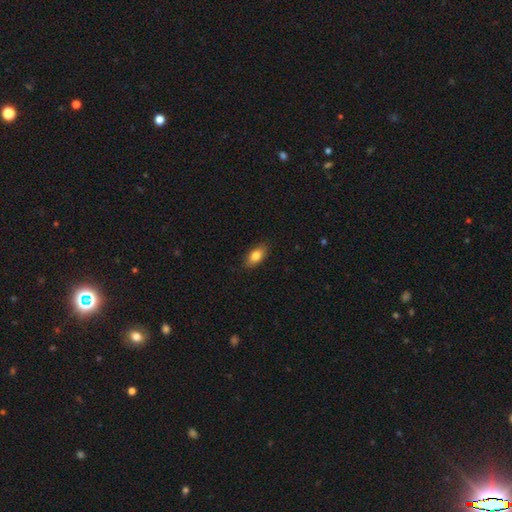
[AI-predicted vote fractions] This is clearly a smooth galaxy (81%). How rounded: clearly in between (88%). Merging: clearly none (86%).